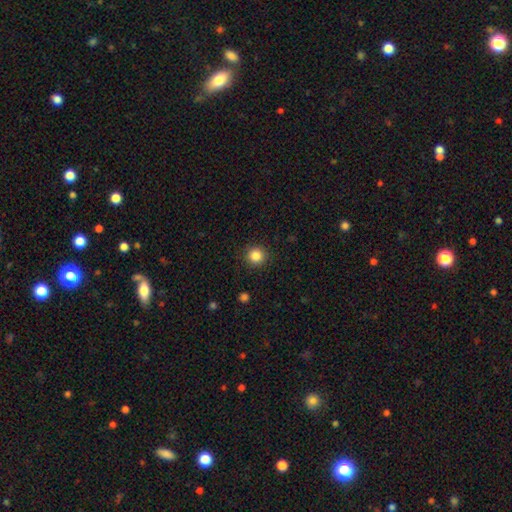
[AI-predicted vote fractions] Morphology: type=smooth (85%); roundness=round (94%); merging=none (91%).